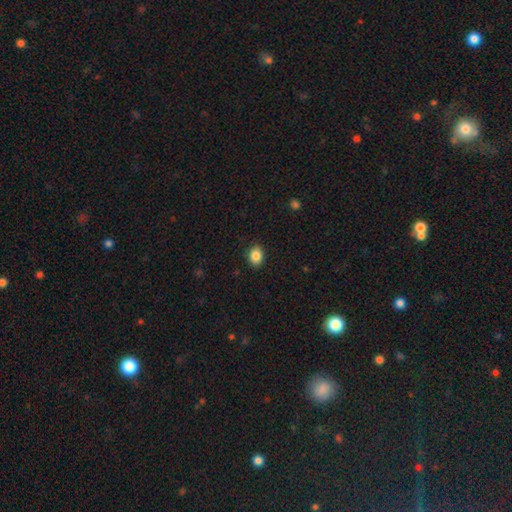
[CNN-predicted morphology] smooth 86%, star or artifact 9%, featured or disk 5%. Down the decision tree: how rounded — in between (61%); merging — none (89%).